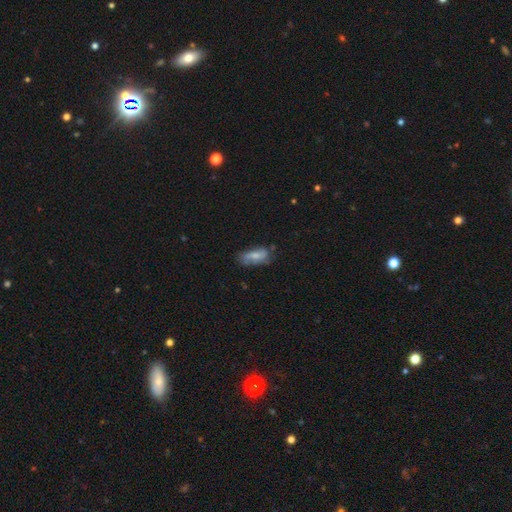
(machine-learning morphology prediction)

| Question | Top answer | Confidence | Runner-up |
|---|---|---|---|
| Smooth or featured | smooth | 65% | featured or disk (27%) |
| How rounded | in between | 74% | cigar-shaped (24%) |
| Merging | none | 52% | minor disturbance (32%) |